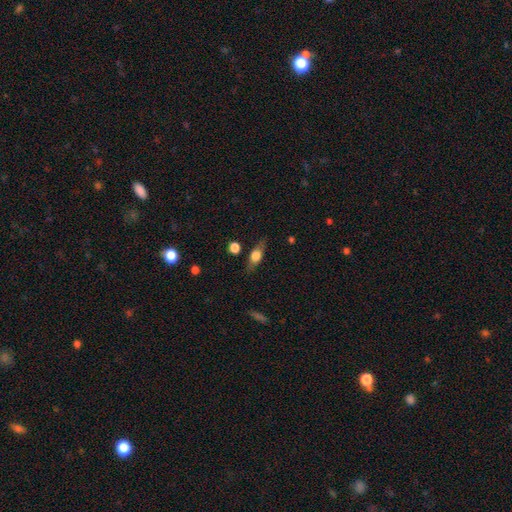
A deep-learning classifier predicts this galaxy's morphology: A smooth galaxy with no disk features (55%) that is in between round and cigar-shaped (59%). Merging: none (78%).